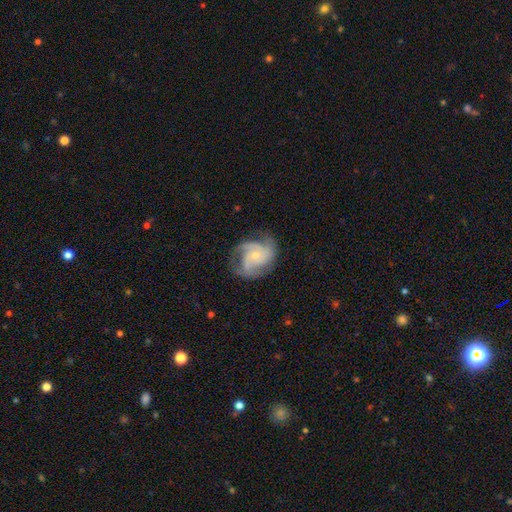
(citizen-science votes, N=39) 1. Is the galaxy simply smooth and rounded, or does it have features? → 90% featured or disk, 5% smooth, 5% star or artifact.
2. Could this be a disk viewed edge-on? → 100% no, 0% yes.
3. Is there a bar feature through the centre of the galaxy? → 71% no, 26% weak, 3% strong.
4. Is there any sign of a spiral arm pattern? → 97% yes, 3% no.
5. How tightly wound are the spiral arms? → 53% medium, 38% tight, 9% loose.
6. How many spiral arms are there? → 88% 3, 6% 2, 3% 1, 3% can't tell, 0% 4, 0% more than 4.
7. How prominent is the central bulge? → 54% moderate, 40% small, 3% large, 3% none, 0% dominant.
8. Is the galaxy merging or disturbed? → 73% none, 22% minor disturbance, 5% major disturbance, 0% merger.